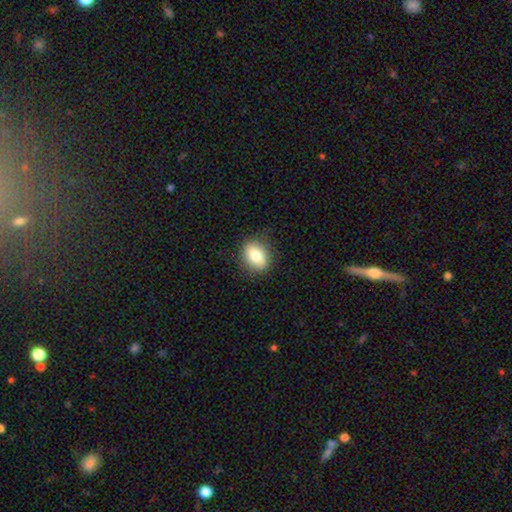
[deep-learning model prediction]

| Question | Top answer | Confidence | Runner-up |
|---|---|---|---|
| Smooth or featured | smooth | 78% | featured or disk (14%) |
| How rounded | in between | 61% | round (37%) |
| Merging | none | 84% | minor disturbance (12%) |